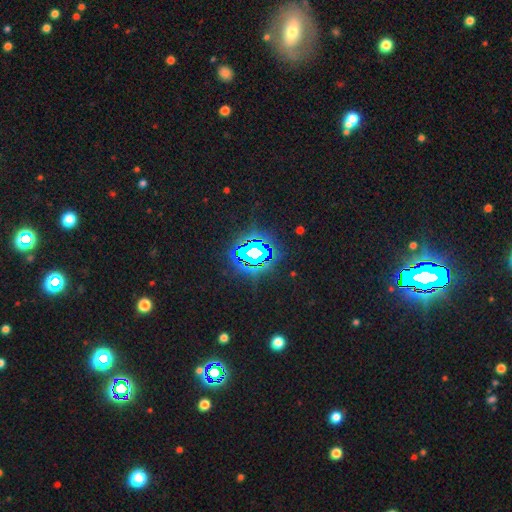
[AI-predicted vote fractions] This is likely a star or artifact rather than a galaxy (78%).